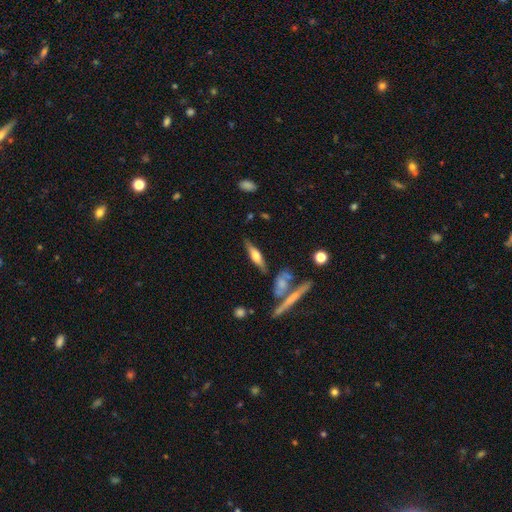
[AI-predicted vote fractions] A featured or disk galaxy (52%) viewed edge-on (92%).

Vote fractions:
- Smooth or featured? featured or disk: 52% / smooth: 41% / star or artifact: 7%
- Edge-on disk? yes: 92% / no: 8%
- Merging? none: 76% / minor disturbance: 14% / merger: 6% / major disturbance: 4%